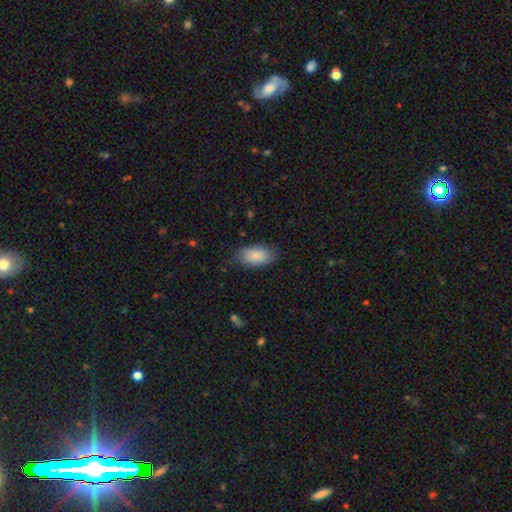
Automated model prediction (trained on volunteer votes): A smooth galaxy with no disk features (87%) that is in between round and cigar-shaped (93%). Merging: none (79%).